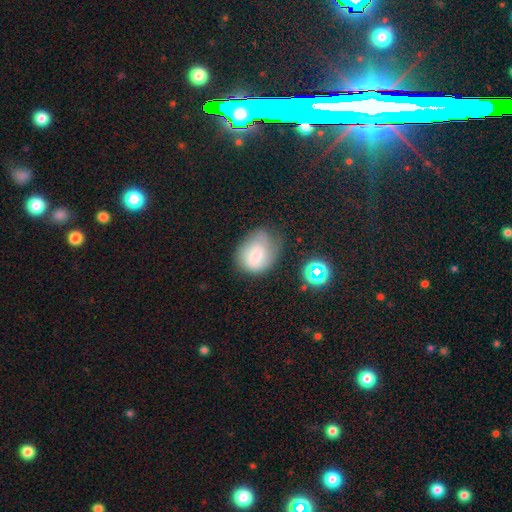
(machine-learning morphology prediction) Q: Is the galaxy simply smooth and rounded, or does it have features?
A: smooth — 63%.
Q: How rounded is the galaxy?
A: in between — 57%.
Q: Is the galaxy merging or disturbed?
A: none — 40%.